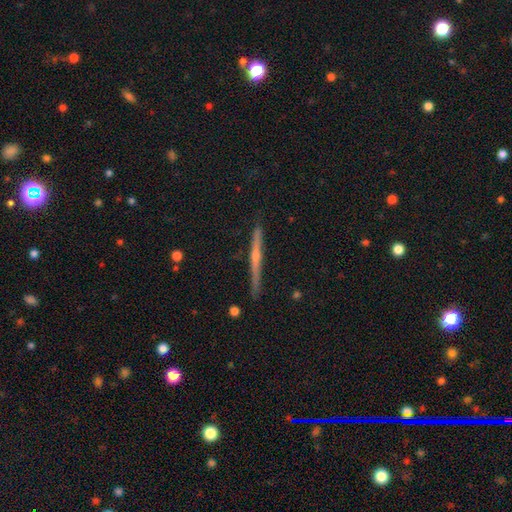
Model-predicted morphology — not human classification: Q: Smooth or featured?
A: featured or disk (73%); runner-up: smooth (21%)
Q: Edge-on disk?
A: yes (98%); runner-up: no (2%)
Q: Edge-on bulge?
A: rounded (67%); runner-up: none (28%)
Q: Merging?
A: none (88%); runner-up: minor disturbance (9%)